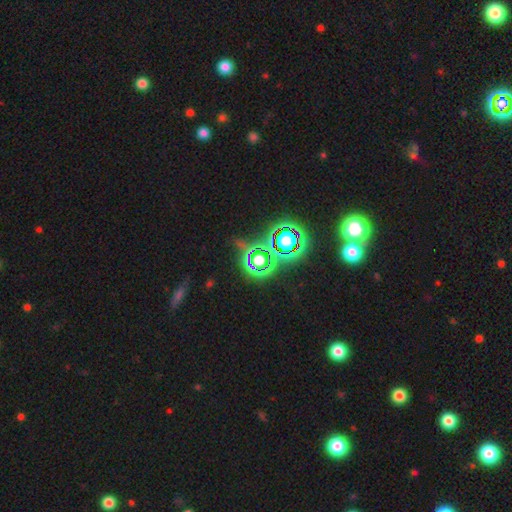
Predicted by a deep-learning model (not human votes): smooth-or-featured: star or artifact: 75% | smooth: 15% | featured or disk: 10%